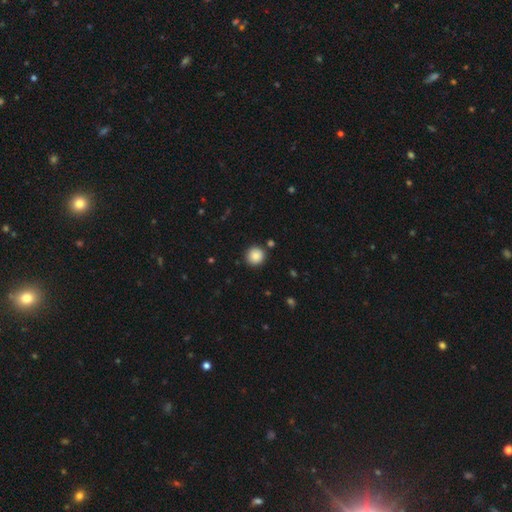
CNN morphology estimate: Smooth or featured: smooth — 87% (star or artifact — 9%)
How rounded: round — 94% (in between — 5%)
Merging: none — 89% (minor disturbance — 6%)